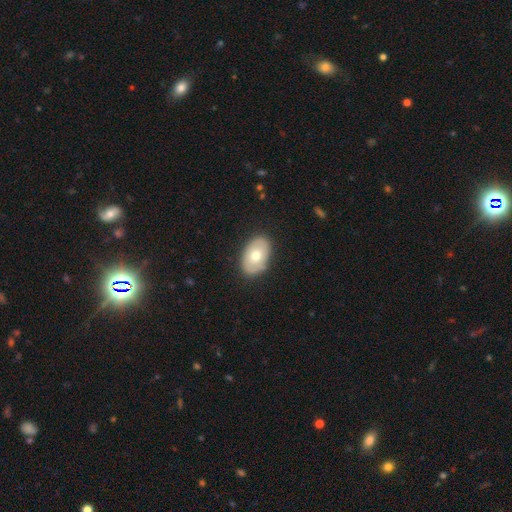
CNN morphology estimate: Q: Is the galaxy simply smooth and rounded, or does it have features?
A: smooth — 63%.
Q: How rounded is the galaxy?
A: in between — 89%.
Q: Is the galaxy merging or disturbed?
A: none — 84%.